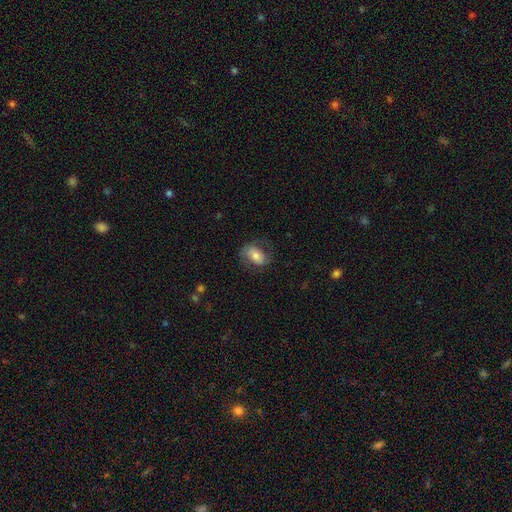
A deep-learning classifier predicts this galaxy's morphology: smooth-or-featured: smooth: 53% | featured or disk: 39% | star or artifact: 8%
  how-rounded: in between: 81% | round: 17% | cigar-shaped: 2%
  merging: none: 66% | minor disturbance: 19% | major disturbance: 14% | merger: 1%